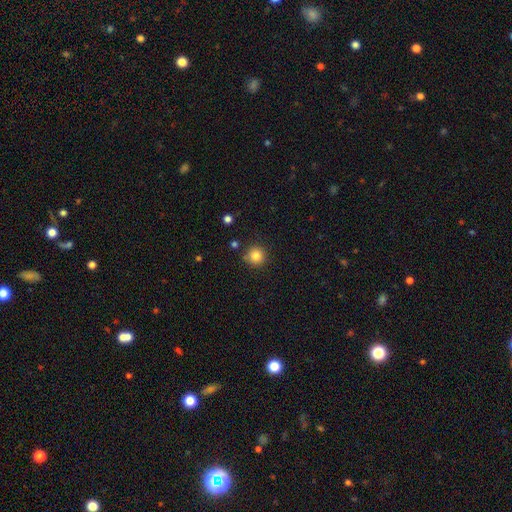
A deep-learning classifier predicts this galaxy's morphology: Smooth or featured? smooth (83%)
How rounded? round (94%)
Merging? none (86%)